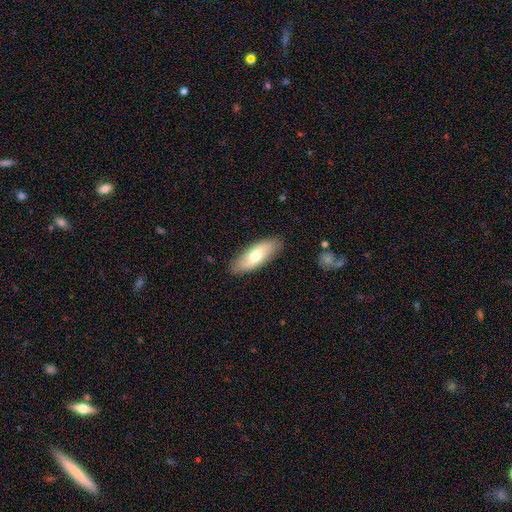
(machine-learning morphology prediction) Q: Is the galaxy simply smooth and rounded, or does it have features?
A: smooth — 63%.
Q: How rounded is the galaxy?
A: in between — 76%.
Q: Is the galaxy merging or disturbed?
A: none — 86%.